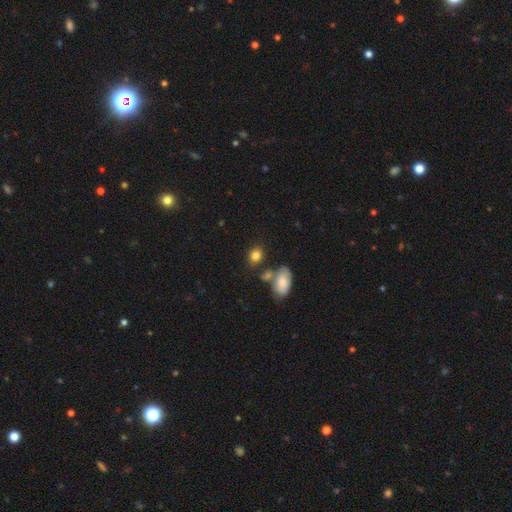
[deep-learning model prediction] This appears to be a smooth galaxy with no disk features (83%) that is in between round and cigar-shaped (65%). Merging: none (68%).